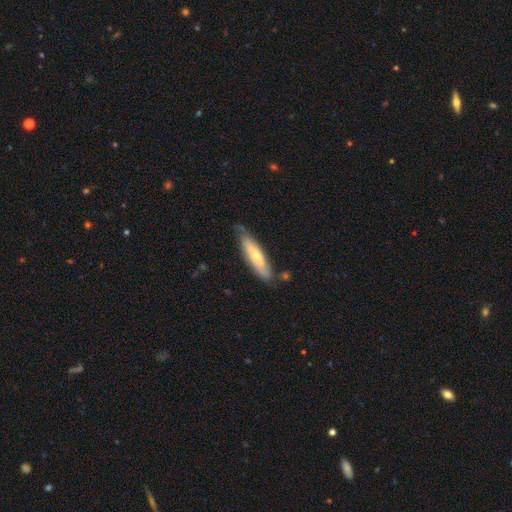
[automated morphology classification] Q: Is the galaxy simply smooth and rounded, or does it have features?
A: smooth — 48%.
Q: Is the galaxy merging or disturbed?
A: none — 69%.